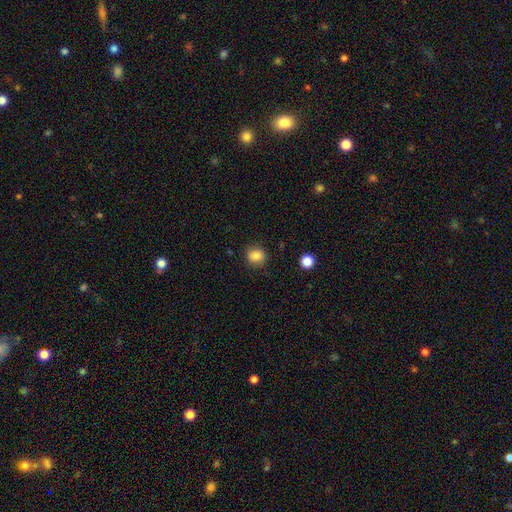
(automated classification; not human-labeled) Overall: smooth (85%). How rounded: round (80%). Merging: none (86%).